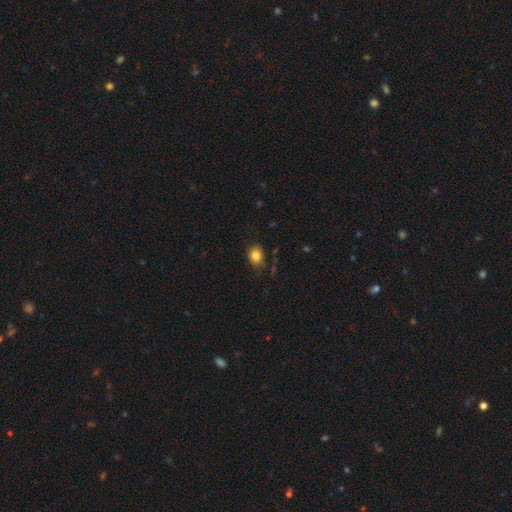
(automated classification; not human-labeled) Overall: smooth (82%). How rounded: in between (58%; round 41%). Merging: none (79%).